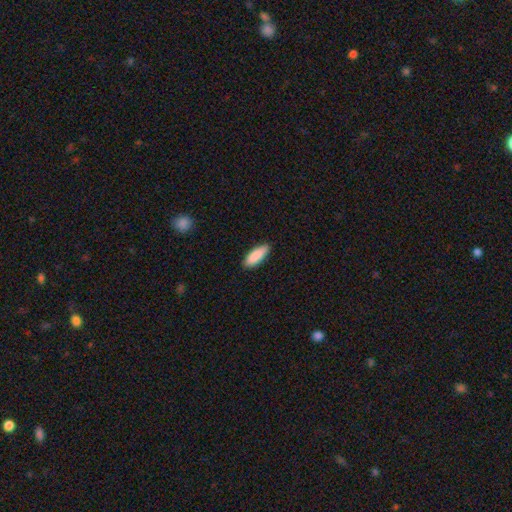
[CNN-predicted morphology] type=smooth (89%); roundness=in between (62%); merging=none (86%).